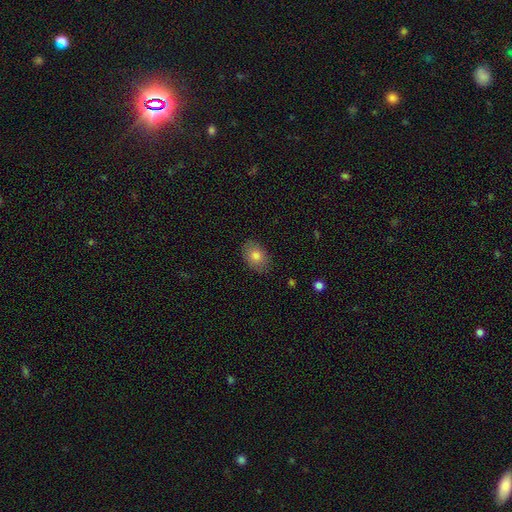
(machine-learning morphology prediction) Smooth or featured? Predicted: smooth (p=0.80). How rounded? Predicted: in between (p=0.77). Merging? Predicted: none (p=0.83).